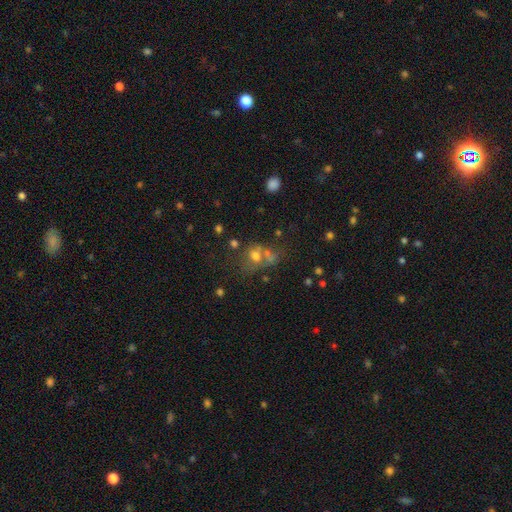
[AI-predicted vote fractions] Smooth or featured: smooth — 59% (star or artifact — 21%)
How rounded: round — 55% (in between — 43%)
Merging: merger — 39% (none — 34%)